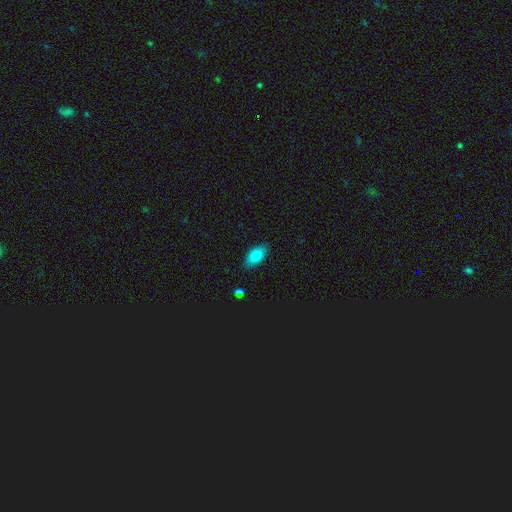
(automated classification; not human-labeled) This appears to be a smooth galaxy with no disk features (83%) that is in between round and cigar-shaped (92%). Merging: none (86%).